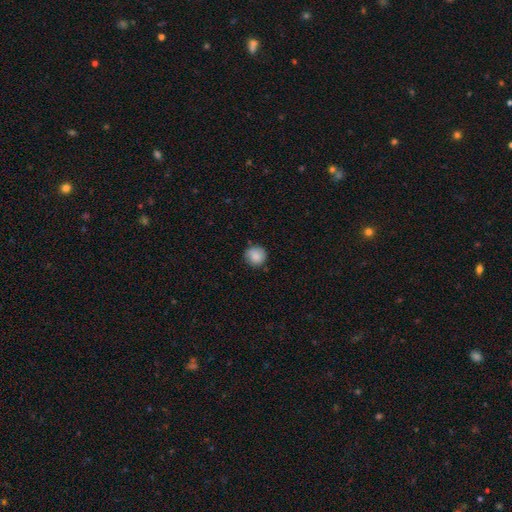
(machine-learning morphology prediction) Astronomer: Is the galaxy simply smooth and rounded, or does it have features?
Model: smooth — 85%.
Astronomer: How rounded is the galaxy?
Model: round — 92%.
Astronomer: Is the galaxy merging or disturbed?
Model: none — 83%.